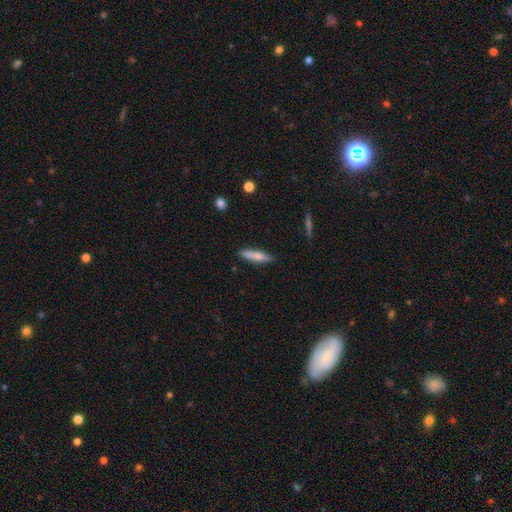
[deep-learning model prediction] Smooth or featured? smooth (73%)
How rounded? cigar-shaped (82%)
Merging? none (85%)